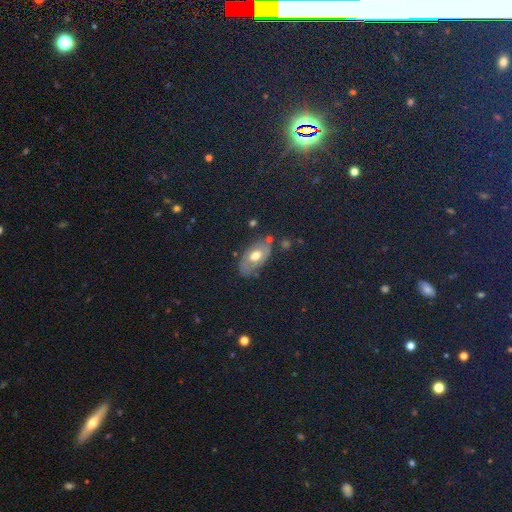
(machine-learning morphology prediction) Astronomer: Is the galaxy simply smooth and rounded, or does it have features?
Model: smooth — 50% (runner-up: featured or disk, 27%).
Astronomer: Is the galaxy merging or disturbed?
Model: none — 77%.